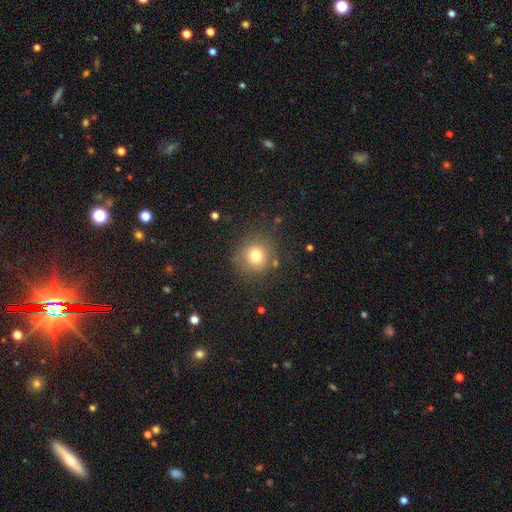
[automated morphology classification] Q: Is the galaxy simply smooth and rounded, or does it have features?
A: smooth — 75%.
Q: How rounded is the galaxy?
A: round — 91%.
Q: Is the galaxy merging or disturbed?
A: none — 83%.